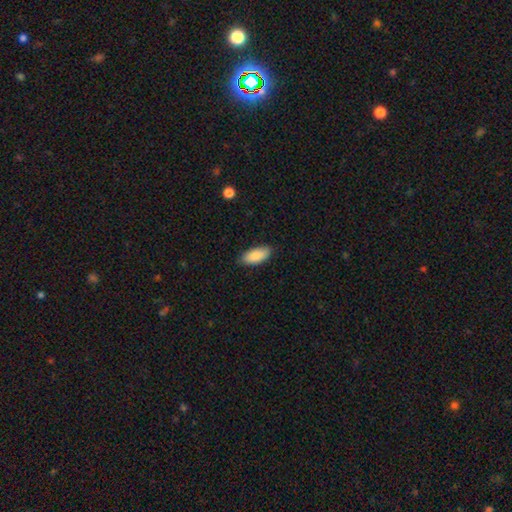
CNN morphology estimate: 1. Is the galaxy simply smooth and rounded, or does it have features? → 86% smooth, 8% featured or disk, 6% star or artifact.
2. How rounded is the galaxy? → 89% in between, 9% cigar-shaped, 2% round.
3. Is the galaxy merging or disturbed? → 85% none, 12% minor disturbance, 2% major disturbance, 1% merger.